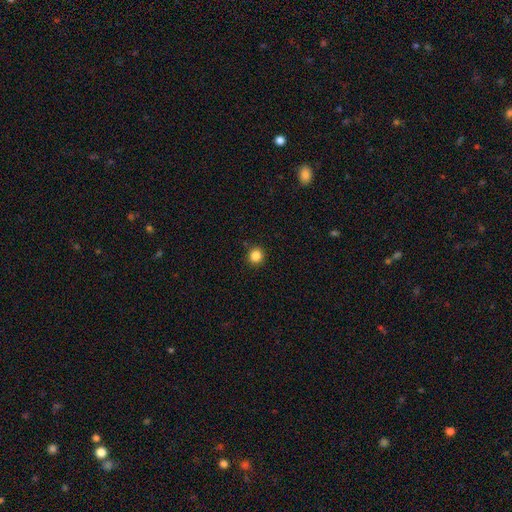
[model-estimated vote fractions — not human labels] A smooth galaxy with no disk features (85%) that is round (94%).

Vote fractions:
- Smooth or featured? smooth: 85% / star or artifact: 11% / featured or disk: 4%
- How rounded? round: 94% / in between: 5% / cigar-shaped: 1%
- Merging? none: 92% / minor disturbance: 5% / major disturbance: 2% / merger: 1%